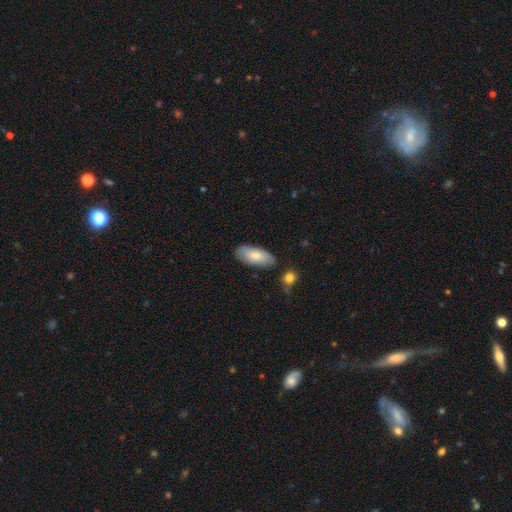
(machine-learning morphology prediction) A smooth galaxy with no disk features (76%) that is in between round and cigar-shaped (90%). Merging: none (79%).